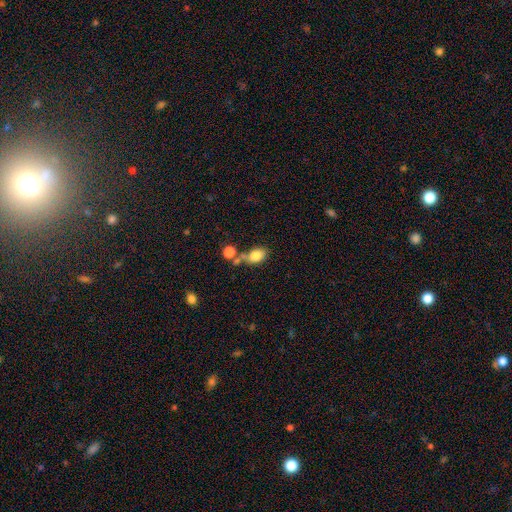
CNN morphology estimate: type=smooth (81%); roundness=in between (79%); merging=none (47%).